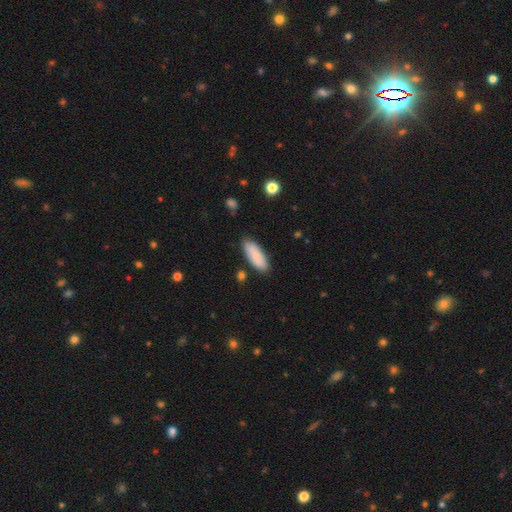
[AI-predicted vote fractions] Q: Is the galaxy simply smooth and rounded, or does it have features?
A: smooth — 83%.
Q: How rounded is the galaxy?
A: in between — 72%.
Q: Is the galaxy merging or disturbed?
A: none — 83%.